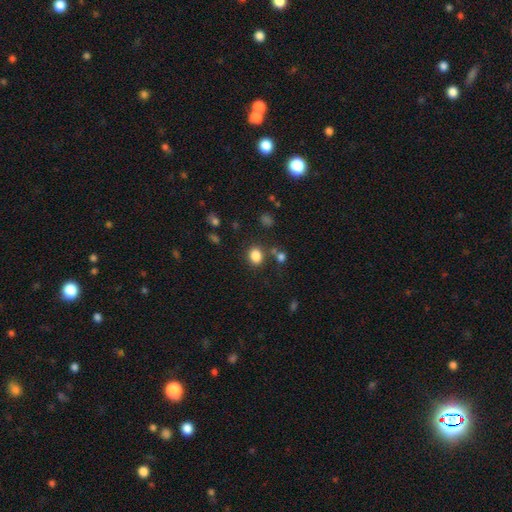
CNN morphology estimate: smooth-or-featured: smooth: 84% | star or artifact: 11% | featured or disk: 5%
  how-rounded: in between: 50% | round: 49% | cigar-shaped: 1%
  merging: none: 77% | minor disturbance: 11% | merger: 7% | major disturbance: 4%